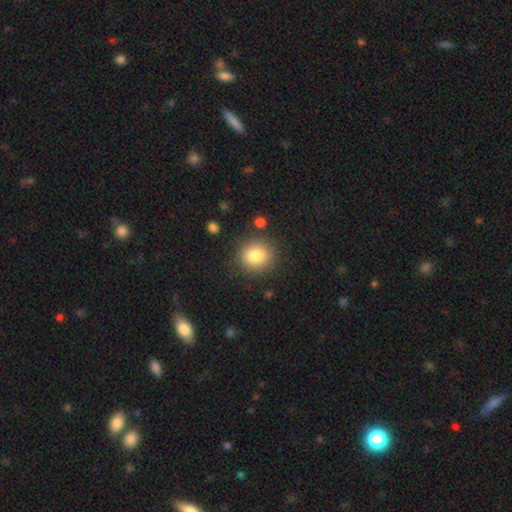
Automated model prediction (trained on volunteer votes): A smooth galaxy with no disk features (82%) that is round (84%). Merging: none (85%).